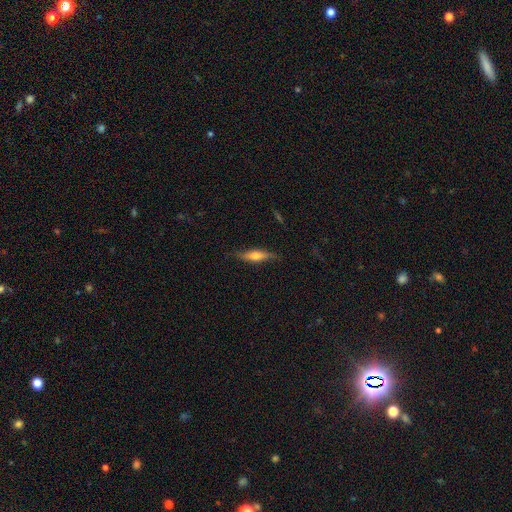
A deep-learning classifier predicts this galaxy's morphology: This appears to be a featured or disk galaxy (48%). Merging: none (80%).